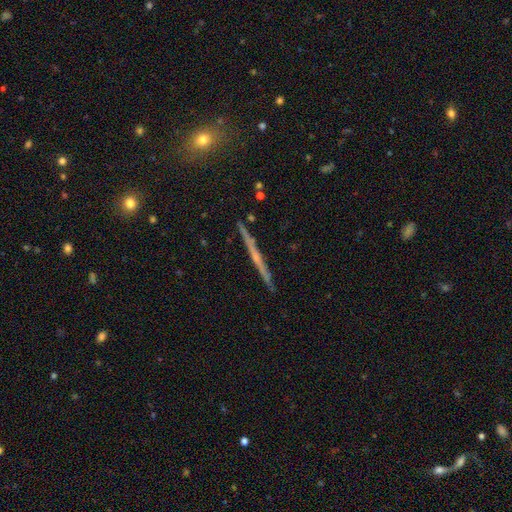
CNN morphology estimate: This appears to be a featured or disk galaxy (72%) viewed edge-on (98%) with no central bulge (50%). Merging: none (91%).